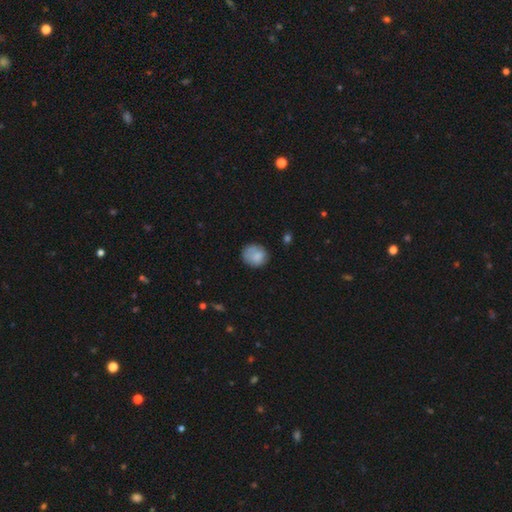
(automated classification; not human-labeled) Smooth or featured?
  - smooth: 80% *
  - featured or disk: 12%
  - star or artifact: 8%
How rounded?
  - round: 74% *
  - in between: 25%
  - cigar-shaped: 1%
Merging?
  - none: 67% *
  - minor disturbance: 23%
  - major disturbance: 8%
  - merger: 3%